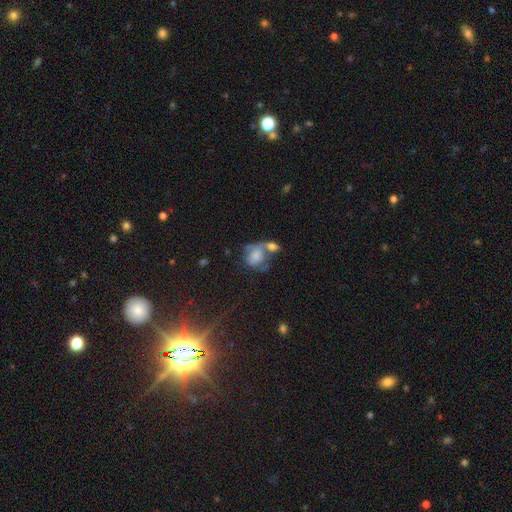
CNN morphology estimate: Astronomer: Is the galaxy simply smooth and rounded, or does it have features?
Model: smooth — 63%.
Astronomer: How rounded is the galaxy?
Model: in between — 54% (runner-up: round, 44%).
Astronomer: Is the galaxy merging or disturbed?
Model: merger — 47%.